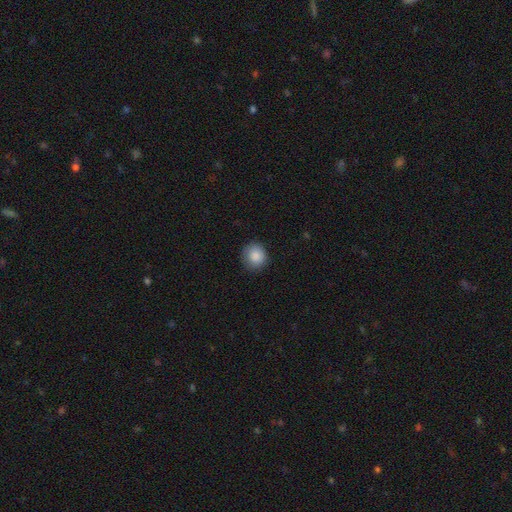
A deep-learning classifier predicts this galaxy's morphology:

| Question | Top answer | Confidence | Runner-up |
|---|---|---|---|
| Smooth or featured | smooth | 88% | star or artifact (8%) |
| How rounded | round | 86% | in between (14%) |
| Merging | none | 82% | minor disturbance (14%) |